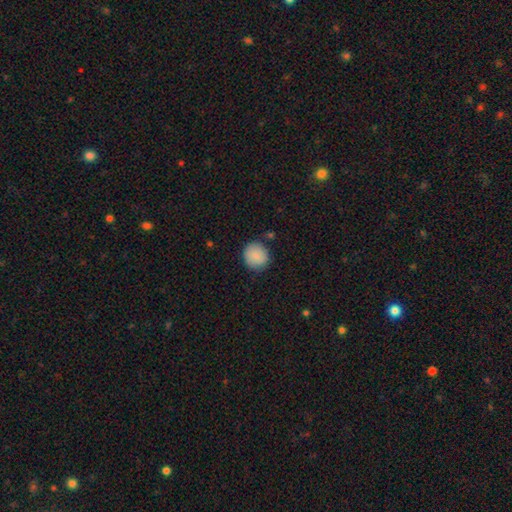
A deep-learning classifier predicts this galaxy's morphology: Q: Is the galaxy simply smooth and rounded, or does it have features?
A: smooth — 88%.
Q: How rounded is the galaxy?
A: round — 90%.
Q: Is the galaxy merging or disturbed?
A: none — 83%.